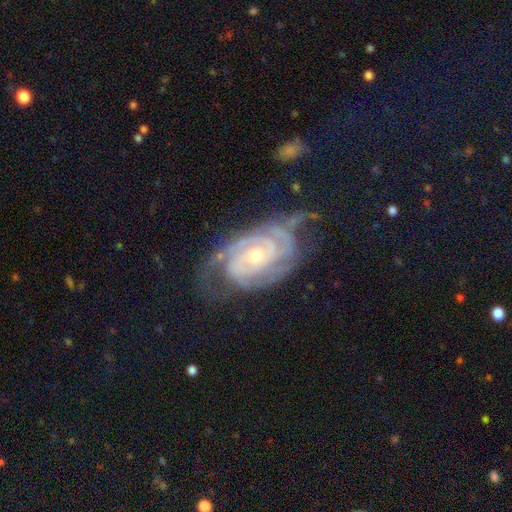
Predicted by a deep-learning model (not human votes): The model was most divided on "spiral arm count": 2: 36%, 3: 24%, can't tell: 21%, 4: 9%, more than 4: 5%, 1: 5%. More confident: spiral arms — yes (97%); edge-on disk — no (96%); smooth or featured — featured or disk (89%); spiral winding — tight (73%); bar — no (67%); merging — none (61%); bulge size — small (60%).